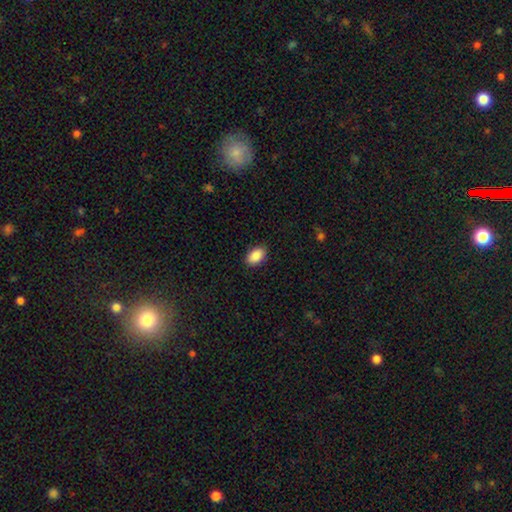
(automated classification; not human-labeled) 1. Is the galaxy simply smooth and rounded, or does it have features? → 89% smooth, 7% star or artifact, 4% featured or disk.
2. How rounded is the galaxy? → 89% in between, 9% round, 1% cigar-shaped.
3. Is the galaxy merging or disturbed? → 88% none, 9% minor disturbance, 2% major disturbance, 1% merger.